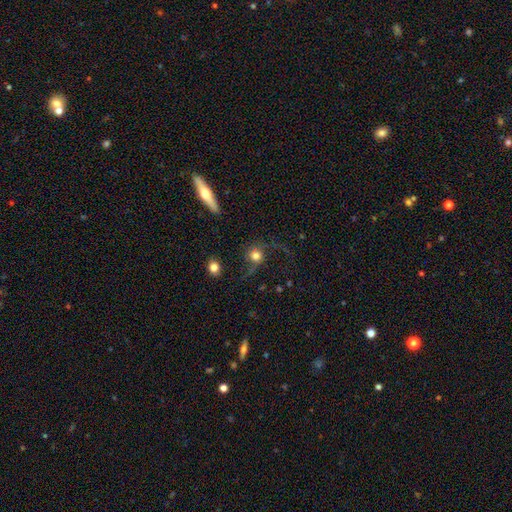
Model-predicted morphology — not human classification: The model was most divided on "merging": none: 54%, major disturbance: 25%, minor disturbance: 16%, merger: 5%. More confident: how rounded — round (88%); smooth or featured — smooth (58%).